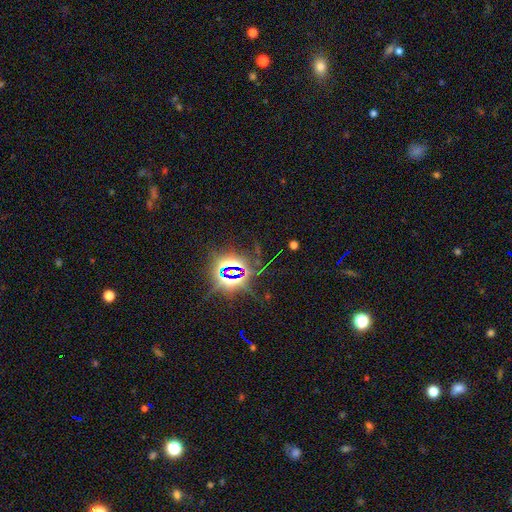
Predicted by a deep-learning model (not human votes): smooth-or-featured: star or artifact: 82% | smooth: 10% | featured or disk: 8%